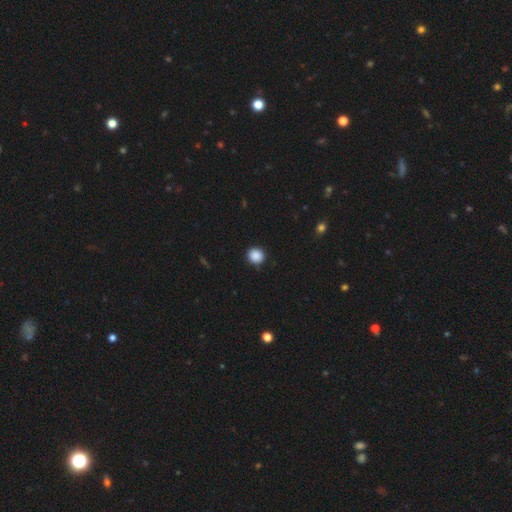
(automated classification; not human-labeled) Smooth or featured? smooth (88%)
How rounded? round (90%)
Merging? none (92%)